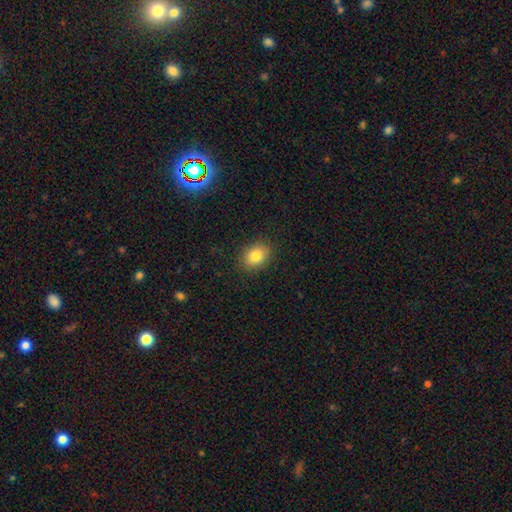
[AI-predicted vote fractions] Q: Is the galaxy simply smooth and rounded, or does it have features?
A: smooth — 84%.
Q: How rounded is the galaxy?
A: in between — 62%.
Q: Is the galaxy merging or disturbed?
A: none — 88%.